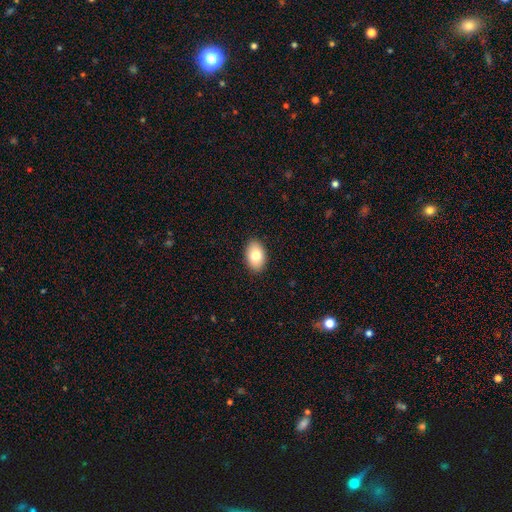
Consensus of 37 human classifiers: Morphology: type=smooth (84%); roundness=in between (94%); merging=none (94%).